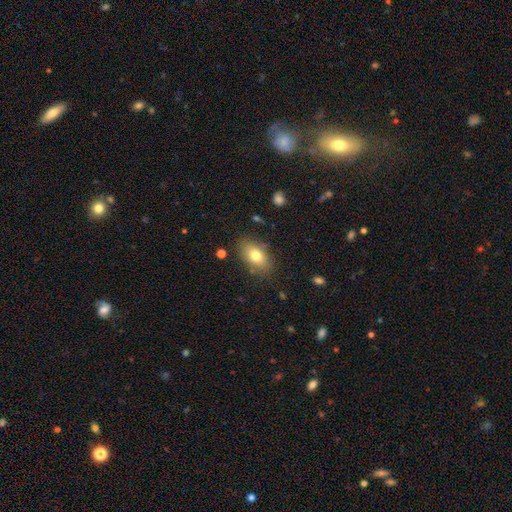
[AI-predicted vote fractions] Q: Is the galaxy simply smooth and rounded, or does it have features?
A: smooth — 77%.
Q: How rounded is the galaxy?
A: in between — 88%.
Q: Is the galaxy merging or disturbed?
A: none — 81%.